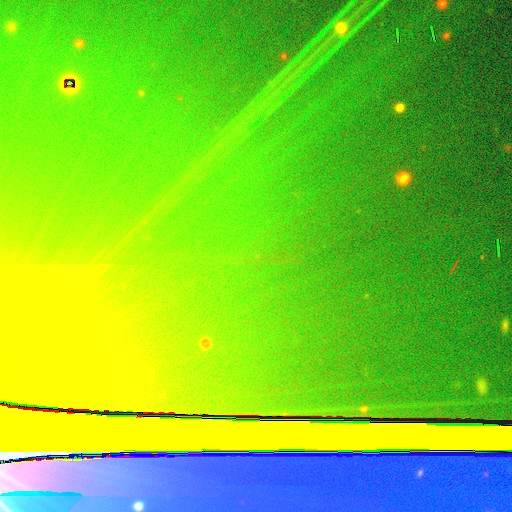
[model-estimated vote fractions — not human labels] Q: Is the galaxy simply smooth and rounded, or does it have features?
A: star or artifact — 84%.